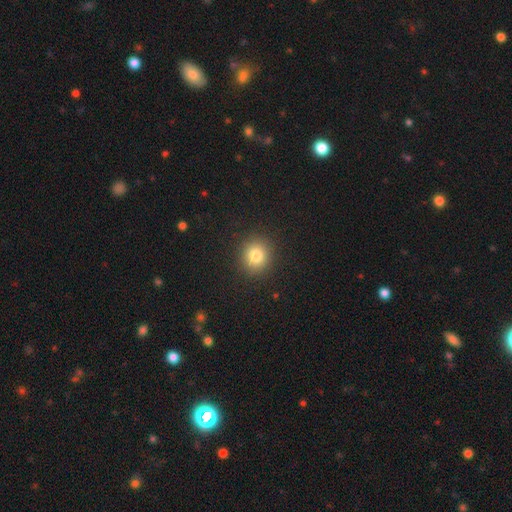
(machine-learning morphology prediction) The model was most divided on "how rounded": round: 83%, in between: 16%, cigar-shaped: 1%. More confident: merging — none (90%); smooth or featured — smooth (82%).